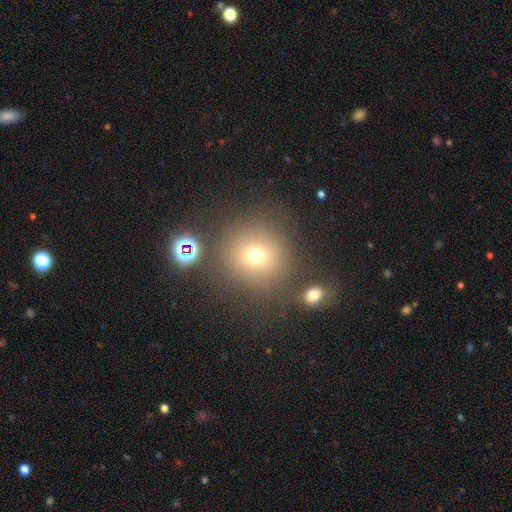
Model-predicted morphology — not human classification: smooth-or-featured: smooth: 69% | star or artifact: 19% | featured or disk: 12%
  how-rounded: round: 90% | in between: 9% | cigar-shaped: 1%
  merging: none: 76% | minor disturbance: 10% | merger: 8% | major disturbance: 5%